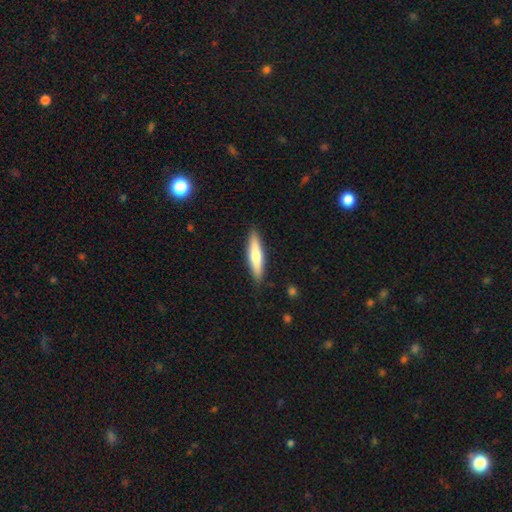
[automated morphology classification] A smooth galaxy with no disk features (59%) that is cigar-shaped (80%).

Vote fractions:
- Smooth or featured? smooth: 59% / featured or disk: 35% / star or artifact: 5%
- How rounded? cigar-shaped: 80% / in between: 18% / round: 1%
- Merging? none: 89% / minor disturbance: 8% / major disturbance: 2% / merger: 1%